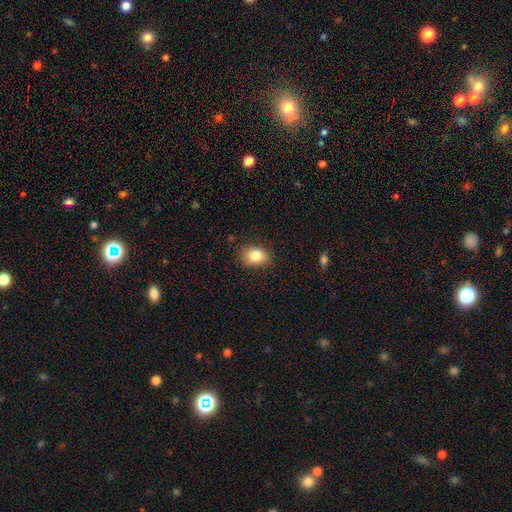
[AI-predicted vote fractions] smooth 83%, star or artifact 9%, featured or disk 7%. Down the decision tree: how rounded — in between (68%); merging — none (80%).